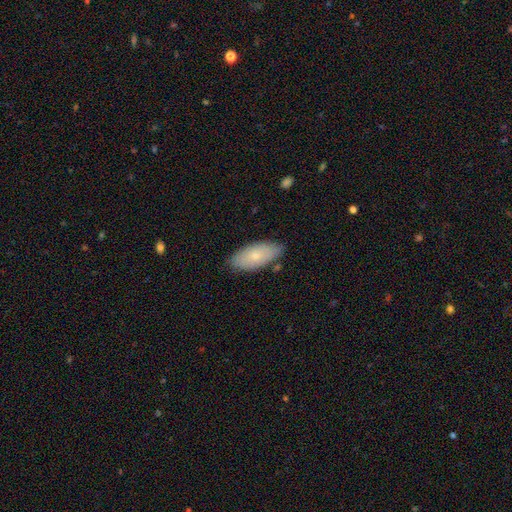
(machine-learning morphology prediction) A smooth galaxy with no disk features (70%) that is in between round and cigar-shaped (90%). Merging: none (80%).